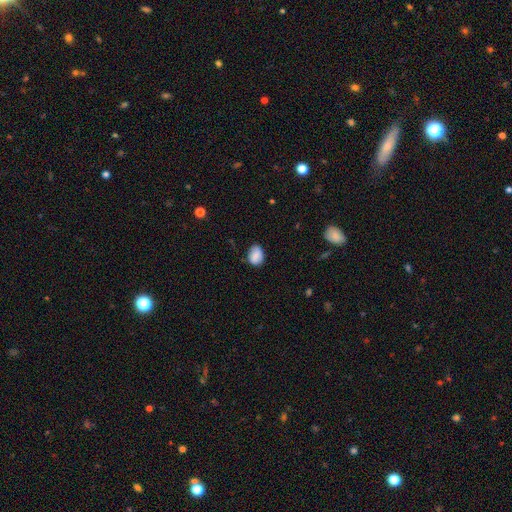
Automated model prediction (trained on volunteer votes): This is clearly a smooth galaxy (85%). How rounded: likely in between (66%). Merging: likely none (72%).